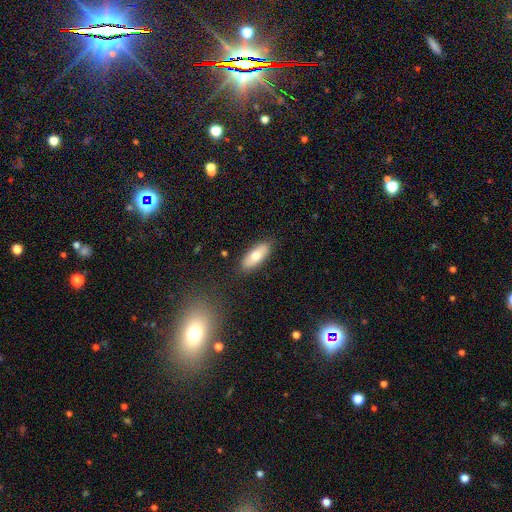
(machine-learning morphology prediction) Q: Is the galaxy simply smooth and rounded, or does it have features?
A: smooth — 71%.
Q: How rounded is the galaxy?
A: in between — 76%.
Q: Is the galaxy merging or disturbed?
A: none — 87%.